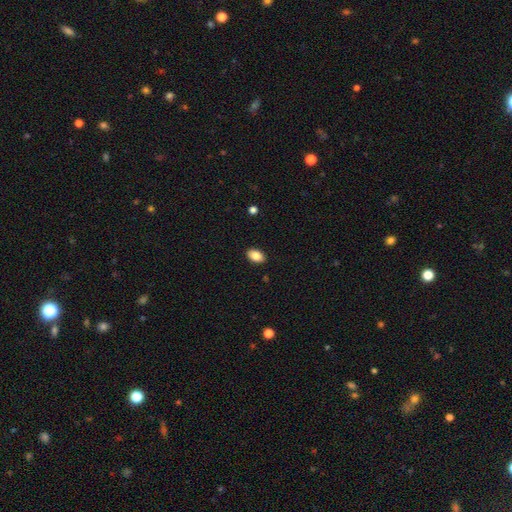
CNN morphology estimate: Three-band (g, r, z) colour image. It shows a smooth galaxy with no disk features (85%) that is in between round and cigar-shaped (90%). Merging: none (89%).